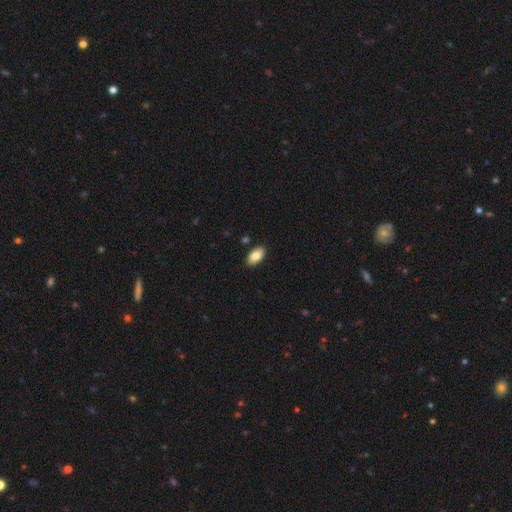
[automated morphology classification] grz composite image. It shows a smooth galaxy with no disk features (84%) that is in between round and cigar-shaped (94%). Merging: none (88%).